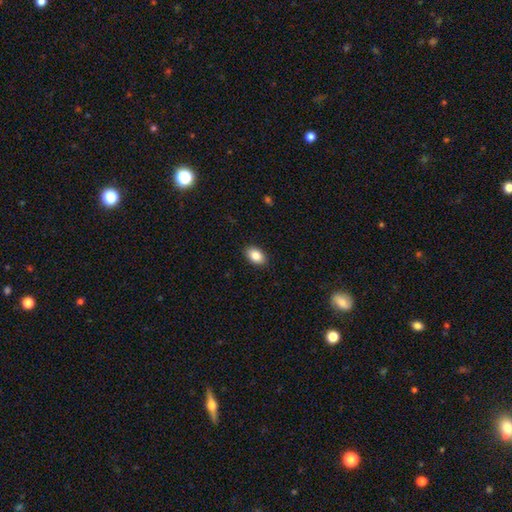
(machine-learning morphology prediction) Smooth or featured?
  - smooth: 87% *
  - star or artifact: 8%
  - featured or disk: 6%
How rounded?
  - in between: 90% *
  - round: 9%
  - cigar-shaped: 1%
Merging?
  - none: 89% *
  - minor disturbance: 8%
  - major disturbance: 2%
  - merger: 1%